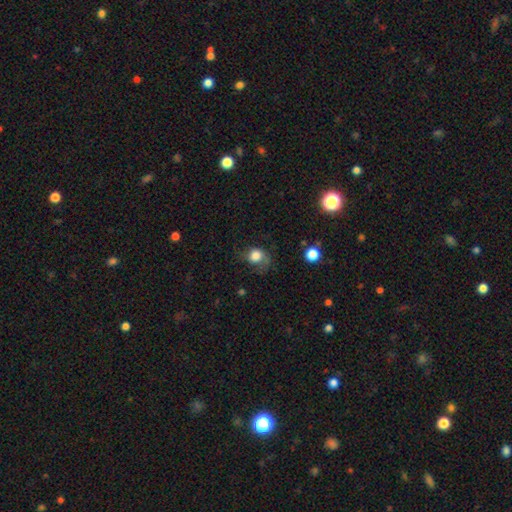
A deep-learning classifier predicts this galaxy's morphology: Smooth or featured?
  - smooth: 76% *
  - featured or disk: 14%
  - star or artifact: 10%
How rounded?
  - round: 70% *
  - in between: 29%
  - cigar-shaped: 1%
Merging?
  - none: 45% *
  - minor disturbance: 27%
  - major disturbance: 26%
  - merger: 2%